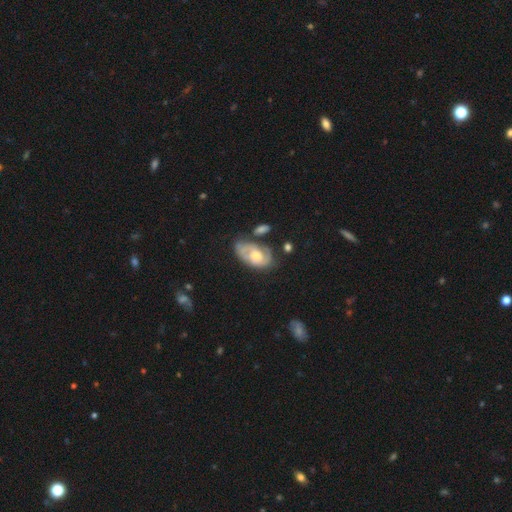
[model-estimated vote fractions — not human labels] smooth_or_featured: featured or disk (p=0.66) [alt: smooth p=0.28]
disk_edge_on: no (p=0.95) [alt: yes p=0.05]
bar: no (p=0.74) [alt: weak p=0.23]
has_spiral_arms: yes (p=0.77) [alt: no p=0.23]
bulge_size: moderate (p=0.63) [alt: small p=0.23]
merging: none (p=0.46) [alt: minor disturbance p=0.28]